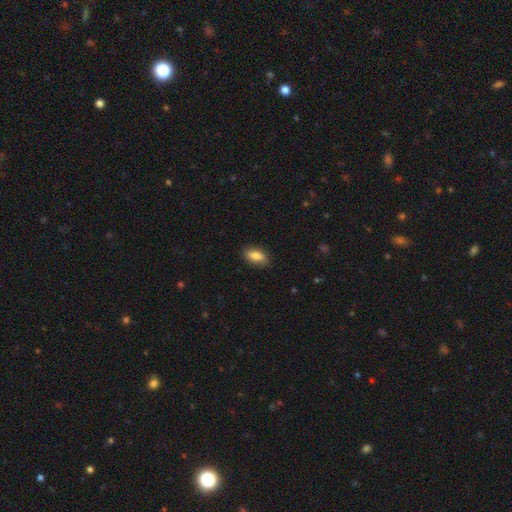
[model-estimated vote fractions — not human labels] Smooth or featured? smooth (82%)
How rounded? in between (89%)
Merging? none (83%)